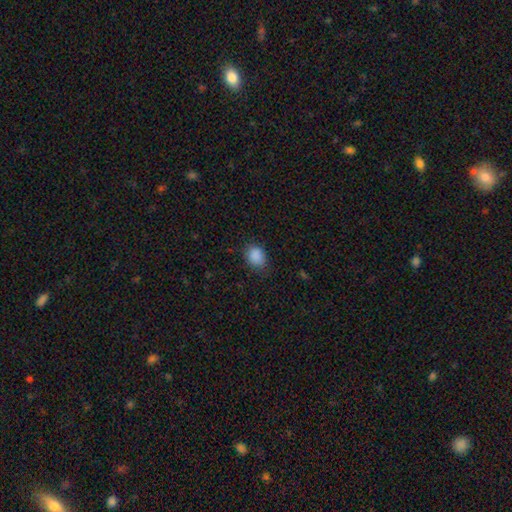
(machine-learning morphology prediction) Smooth or featured?
  - smooth: 88% *
  - star or artifact: 9%
  - featured or disk: 3%
How rounded?
  - in between: 50% *
  - round: 49%
  - cigar-shaped: 1%
Merging?
  - none: 77% *
  - minor disturbance: 18%
  - major disturbance: 4%
  - merger: 1%